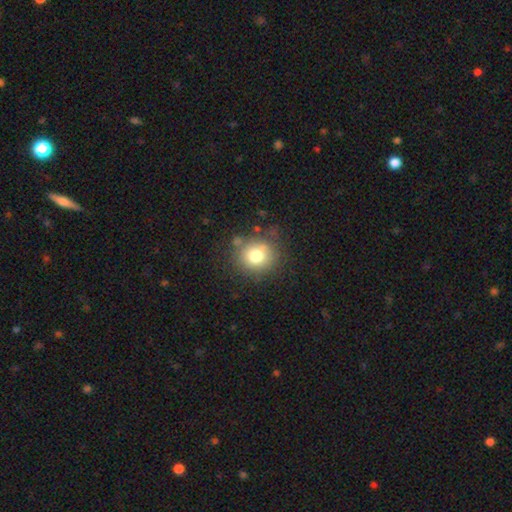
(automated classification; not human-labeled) Smooth or featured? smooth (76%)
How rounded? round (84%)
Merging? none (75%)